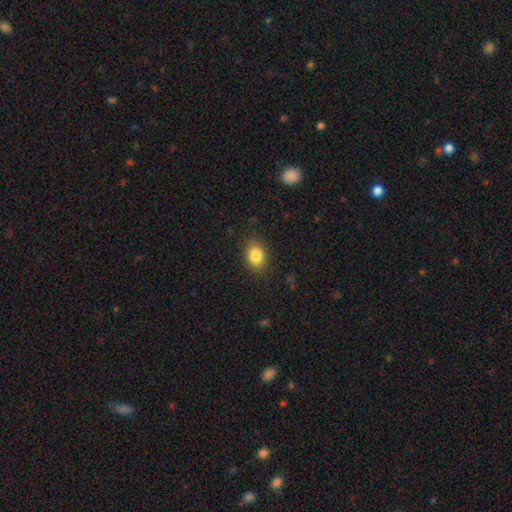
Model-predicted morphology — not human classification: Q: Smooth or featured?
A: smooth (84%); runner-up: star or artifact (9%)
Q: How rounded?
A: in between (67%); runner-up: round (32%)
Q: Merging?
A: none (86%); runner-up: minor disturbance (10%)